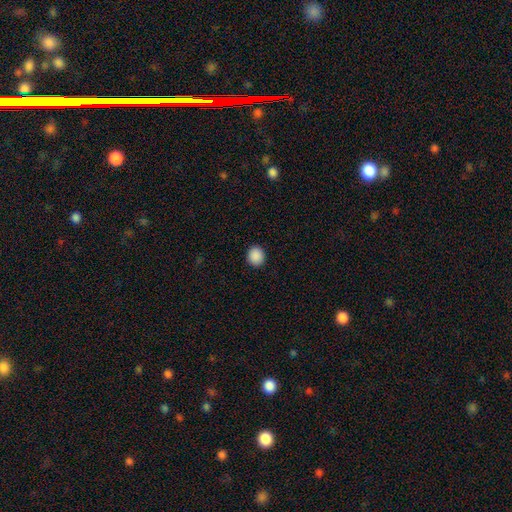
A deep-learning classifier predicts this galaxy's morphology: A smooth galaxy with no disk features (89%) that is round (78%). Merging: none (92%).